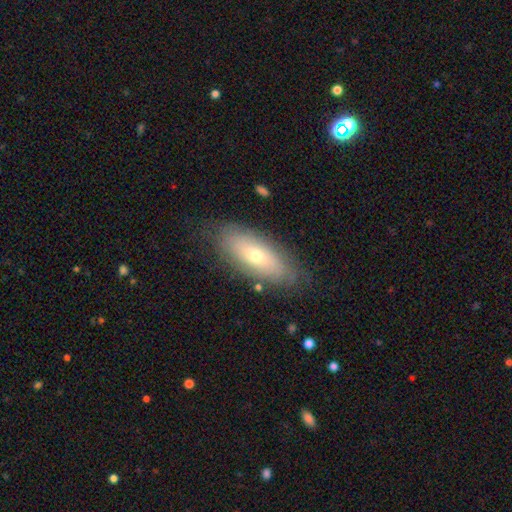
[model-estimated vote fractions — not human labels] This is possibly a smooth galaxy (55%). How rounded: likely in between (79%). Merging: likely none (78%).